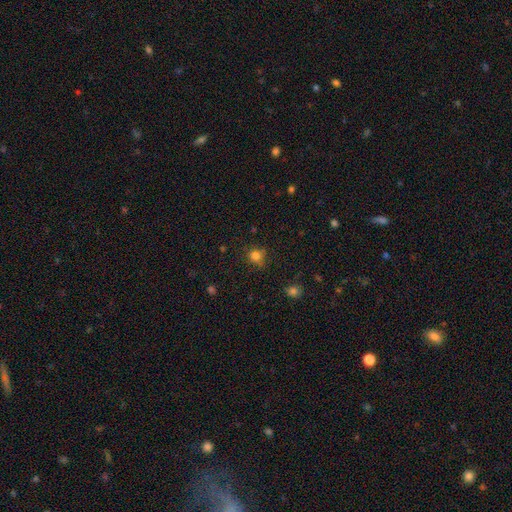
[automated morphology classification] This appears to be a smooth galaxy with no disk features (80%) that is round (86%). Merging: none (76%).